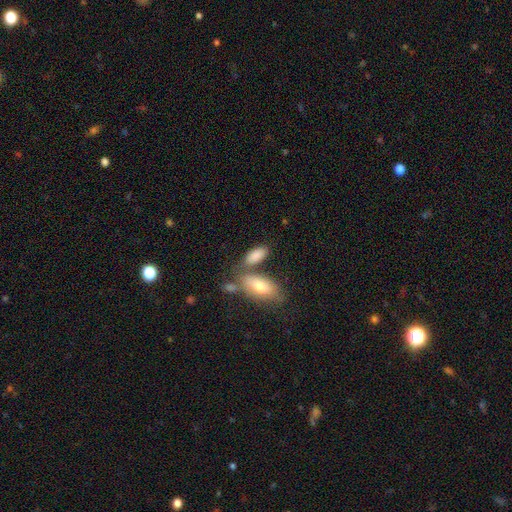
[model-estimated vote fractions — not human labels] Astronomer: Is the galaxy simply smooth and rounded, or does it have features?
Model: smooth — 83%.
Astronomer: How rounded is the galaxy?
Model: in between — 87%.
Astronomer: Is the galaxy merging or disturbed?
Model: none — 52% (runner-up: merger, 28%).